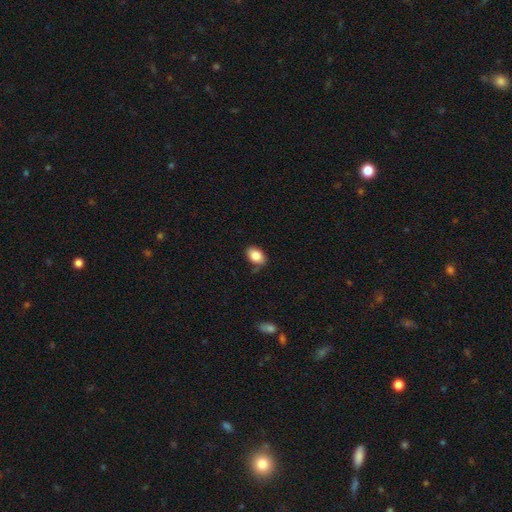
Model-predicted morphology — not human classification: Q: Smooth or featured?
A: smooth (84%); runner-up: star or artifact (8%)
Q: How rounded?
A: in between (83%); runner-up: round (16%)
Q: Merging?
A: none (75%); runner-up: minor disturbance (18%)